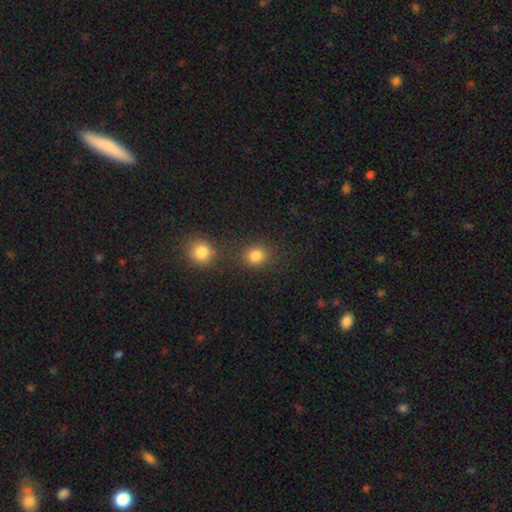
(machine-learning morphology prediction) Smooth or featured?
  - smooth: 83% *
  - star or artifact: 13%
  - featured or disk: 4%
How rounded?
  - round: 75% *
  - in between: 24%
  - cigar-shaped: 1%
Merging?
  - none: 72% *
  - merger: 16%
  - minor disturbance: 9%
  - major disturbance: 4%